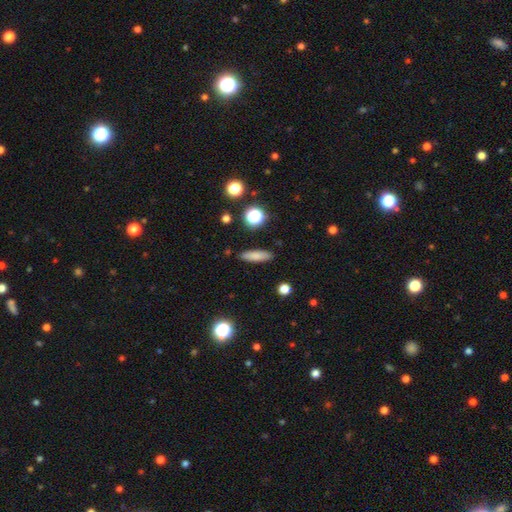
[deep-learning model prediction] A smooth galaxy with no disk features (80%) that is cigar-shaped (65%). Merging: none (89%).